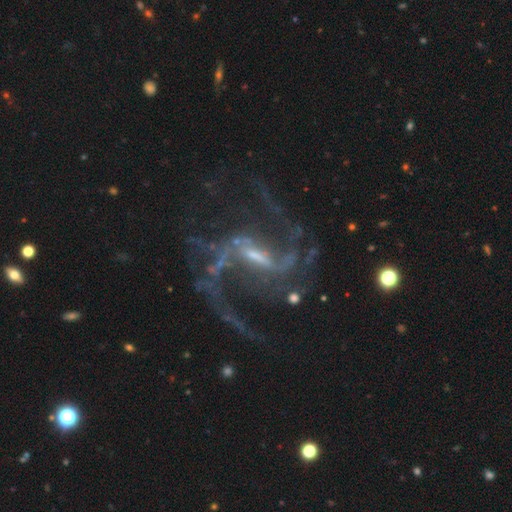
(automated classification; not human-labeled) Smooth or featured? featured or disk (90%)
Edge-on disk? no (97%)
Bar? strong (51%)
Spiral arms? yes (96%)
Spiral winding? loose (57%)
Spiral arm count? 2 (61%)
Bulge size? small (54%)
Merging? none (52%)